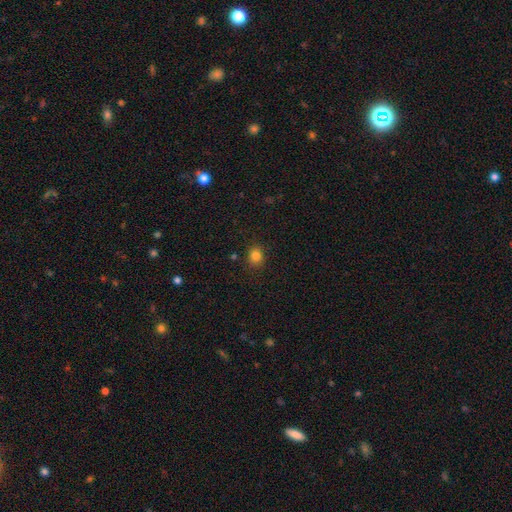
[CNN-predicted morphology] Q: Smooth or featured?
A: smooth (82%); runner-up: star or artifact (13%)
Q: How rounded?
A: round (71%); runner-up: in between (28%)
Q: Merging?
A: none (87%); runner-up: minor disturbance (9%)